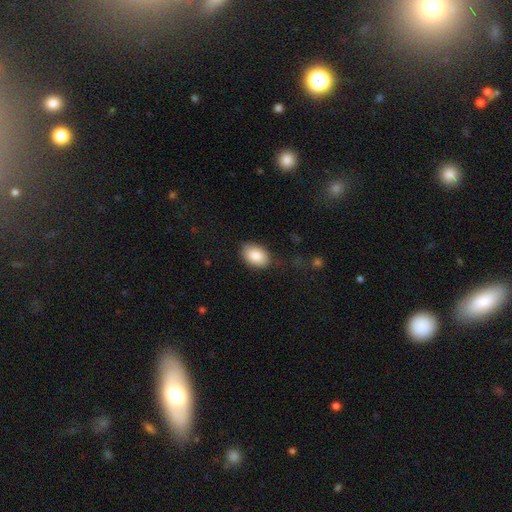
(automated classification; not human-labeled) This appears to be a smooth galaxy with no disk features (87%) that is in between round and cigar-shaped (87%). Merging: none (79%).